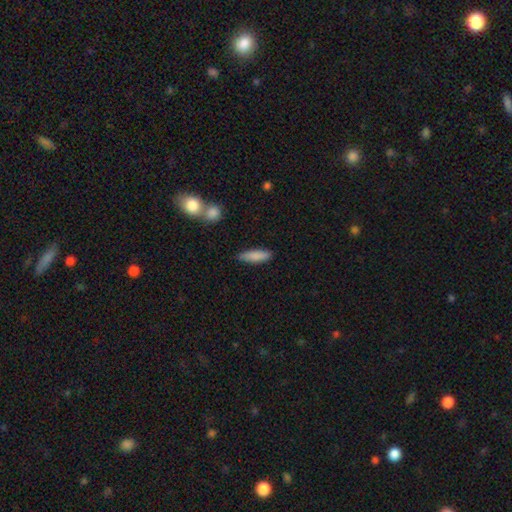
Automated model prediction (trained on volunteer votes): Q: Smooth or featured?
A: smooth (84%); runner-up: featured or disk (9%)
Q: How rounded?
A: cigar-shaped (62%); runner-up: in between (36%)
Q: Merging?
A: none (82%); runner-up: minor disturbance (13%)